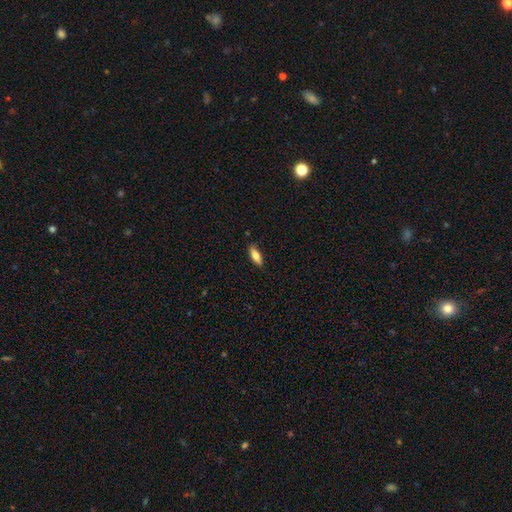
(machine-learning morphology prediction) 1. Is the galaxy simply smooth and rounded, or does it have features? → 76% smooth, 17% featured or disk, 7% star or artifact.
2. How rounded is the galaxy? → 65% in between, 33% cigar-shaped, 2% round.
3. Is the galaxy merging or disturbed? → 87% none, 10% minor disturbance, 2% major disturbance, 1% merger.